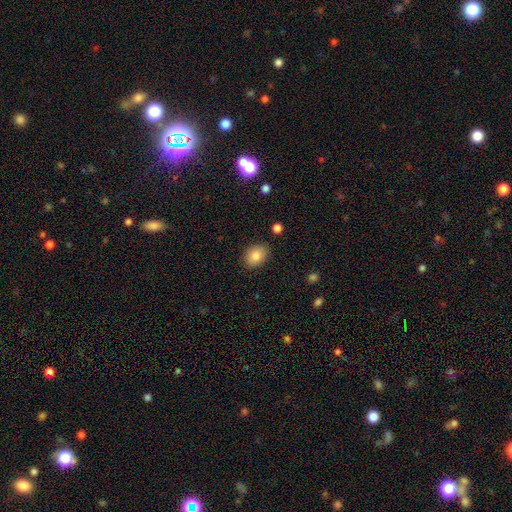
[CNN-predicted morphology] The model was most divided on "how rounded": in between: 70%, round: 29%, cigar-shaped: 1%. More confident: merging — none (86%); smooth or featured — smooth (85%).